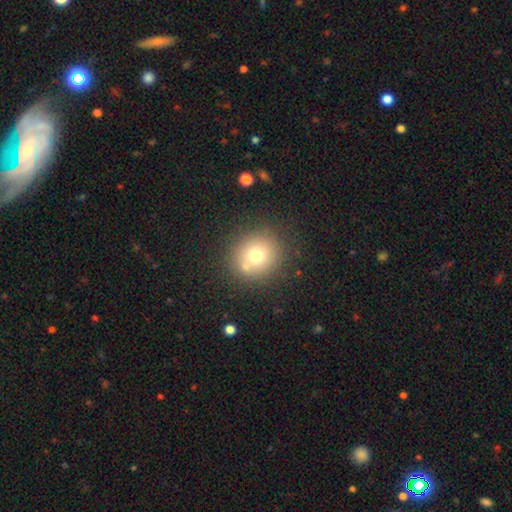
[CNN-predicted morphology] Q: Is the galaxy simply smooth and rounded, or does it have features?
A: smooth — 71%.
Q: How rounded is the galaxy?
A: round — 89%.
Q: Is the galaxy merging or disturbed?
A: none — 76%.